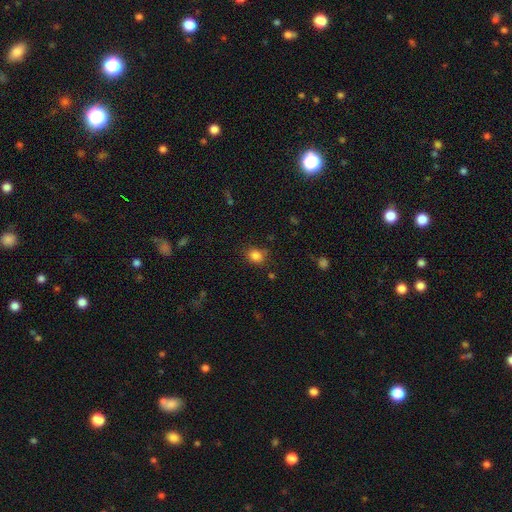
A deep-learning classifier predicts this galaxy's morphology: A smooth galaxy with no disk features (83%) that is round (60%).

Vote fractions:
- Smooth or featured? smooth: 83% / star or artifact: 12% / featured or disk: 5%
- How rounded? round: 60% / in between: 39% / cigar-shaped: 1%
- Merging? none: 77% / minor disturbance: 15% / major disturbance: 5% / merger: 3%